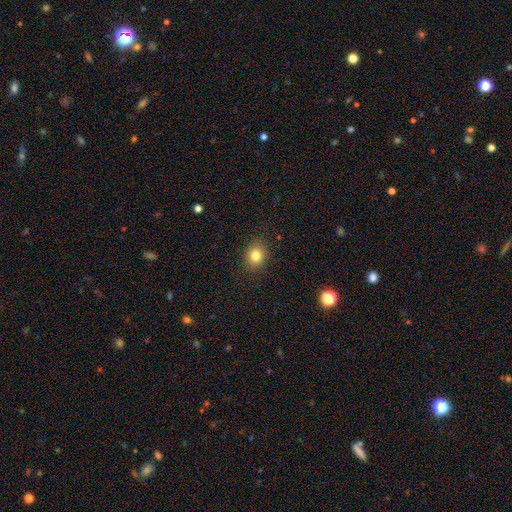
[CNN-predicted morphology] This appears to be a smooth galaxy with no disk features (81%) that is round (67%). Merging: none (88%).